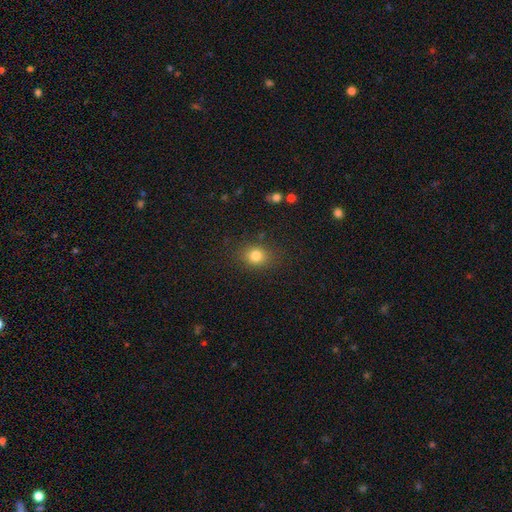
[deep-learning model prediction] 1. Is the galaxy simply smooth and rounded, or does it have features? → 81% smooth, 12% star or artifact, 7% featured or disk.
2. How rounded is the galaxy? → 62% round, 37% in between, 1% cigar-shaped.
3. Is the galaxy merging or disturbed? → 83% none, 11% minor disturbance, 4% major disturbance, 2% merger.